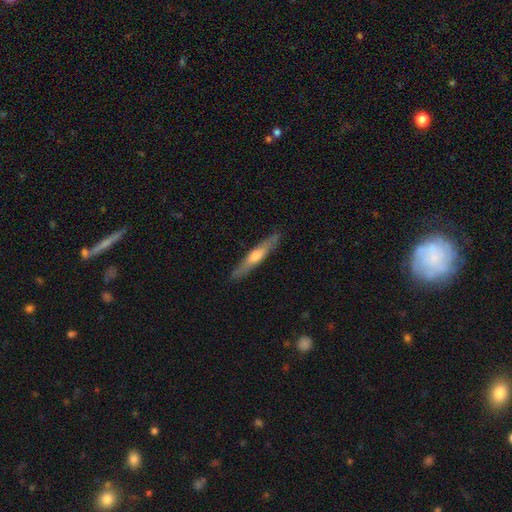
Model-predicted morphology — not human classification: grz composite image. It shows a featured or disk galaxy (53%) viewed edge-on (90%). Merging: none (88%).